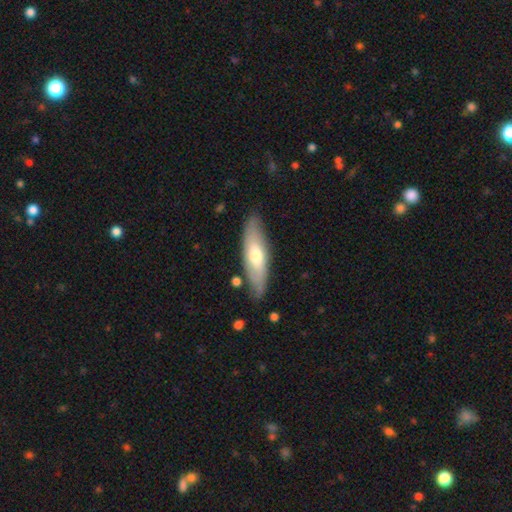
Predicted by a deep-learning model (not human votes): Overall: smooth (55%; featured or disk 39%). How rounded: in between (50%; cigar-shaped 48%). Merging: none (80%).